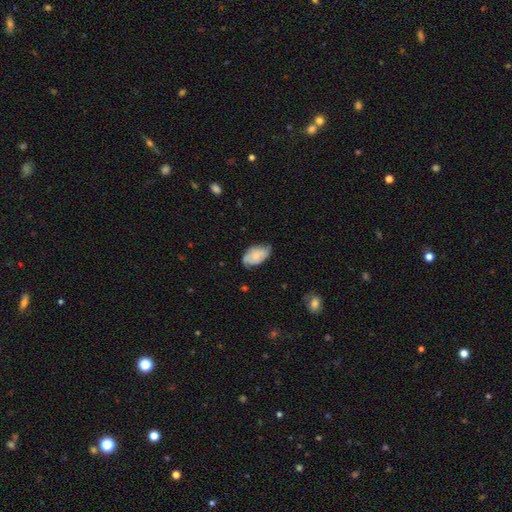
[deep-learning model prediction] smooth_or_featured: smooth (p=0.67) [alt: featured or disk p=0.26]
how_rounded: in between (p=0.93) [alt: round p=0.05]
merging: none (p=0.54) [alt: minor disturbance p=0.37]